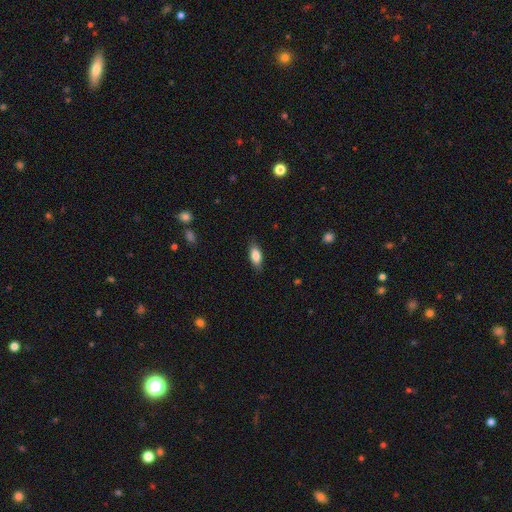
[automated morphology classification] Q: Smooth or featured?
A: smooth (83%); runner-up: featured or disk (11%)
Q: How rounded?
A: in between (83%); runner-up: cigar-shaped (13%)
Q: Merging?
A: none (84%); runner-up: minor disturbance (12%)